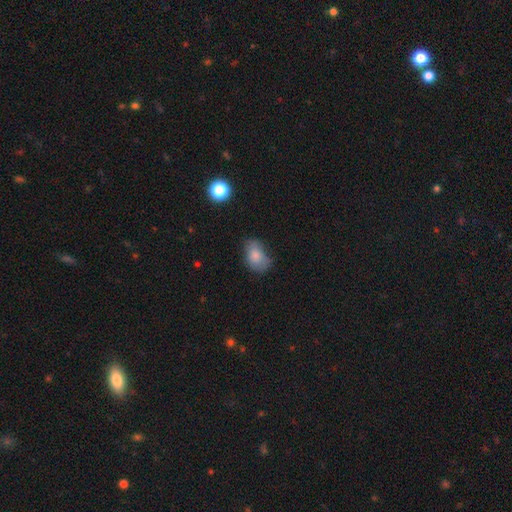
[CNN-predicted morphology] Smooth or featured? Predicted: smooth (p=0.78). How rounded? Predicted: in between (p=0.82). Merging? Predicted: none (p=0.47).